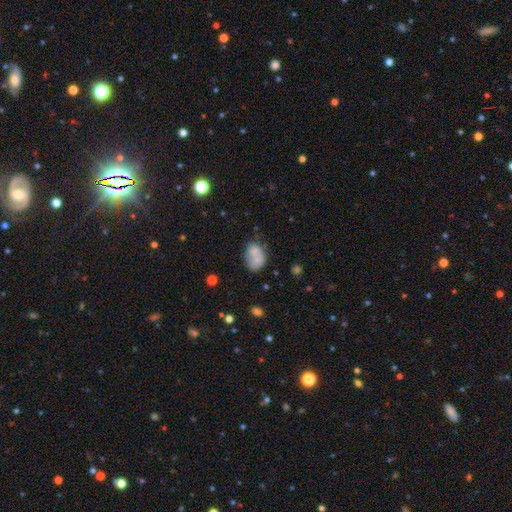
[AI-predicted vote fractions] Smooth or featured: smooth — 73% (featured or disk — 18%)
How rounded: in between — 74% (round — 25%)
Merging: none — 38% (merger — 32%)